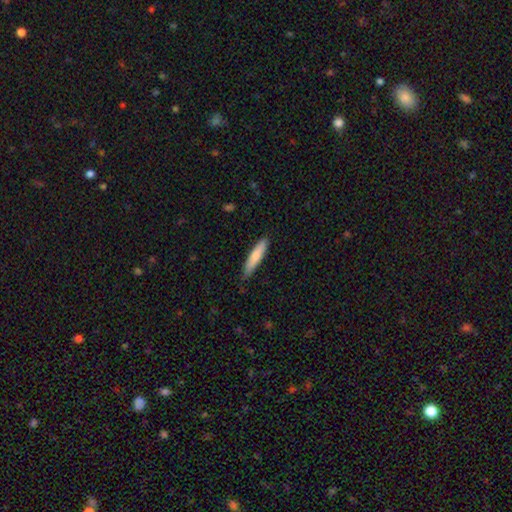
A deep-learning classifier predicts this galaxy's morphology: type=smooth (77%); roundness=cigar-shaped (85%); merging=none (80%).